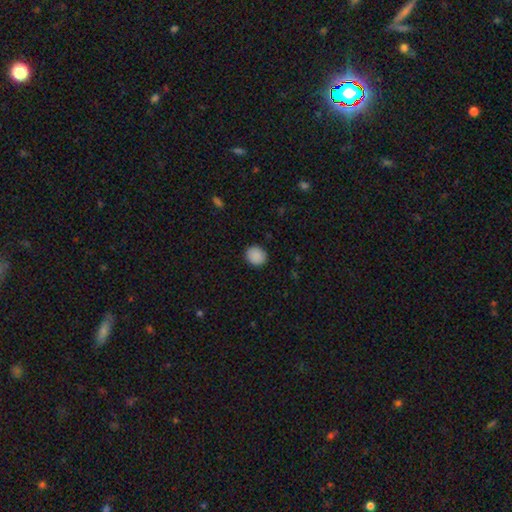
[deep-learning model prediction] Overall: smooth (89%). How rounded: round (78%). Merging: none (89%).